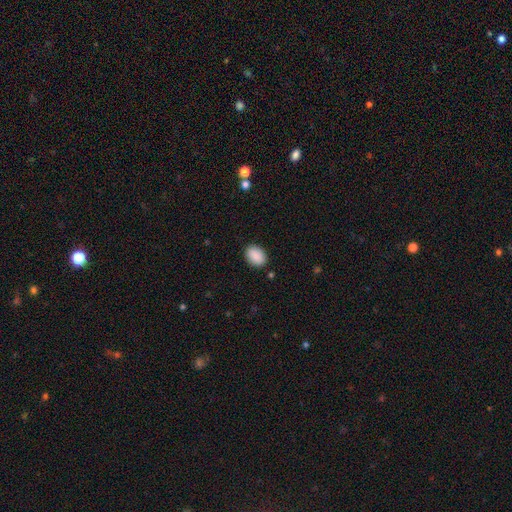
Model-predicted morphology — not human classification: Smooth or featured? Predicted: smooth (p=0.90). How rounded? Predicted: in between (p=0.77). Merging? Predicted: none (p=0.88).